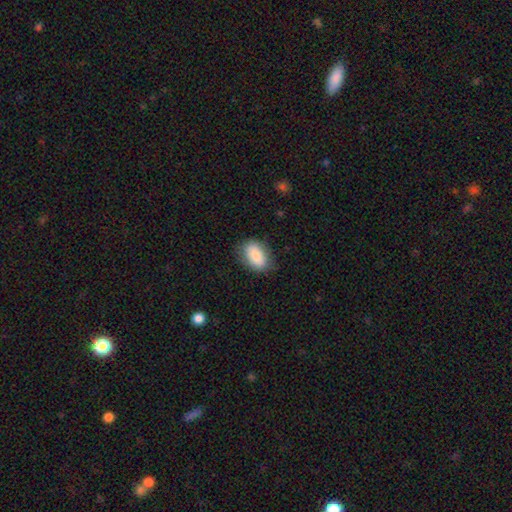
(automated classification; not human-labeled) Overall: smooth (88%). How rounded: in between (90%). Merging: none (78%).